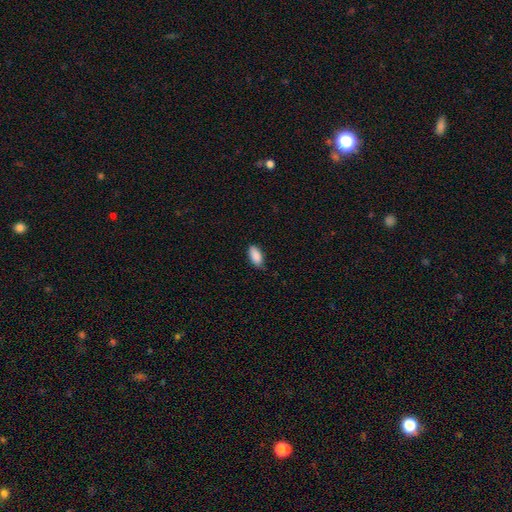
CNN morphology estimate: Q: Smooth or featured?
A: smooth (89%); runner-up: star or artifact (7%)
Q: How rounded?
A: in between (91%); runner-up: cigar-shaped (6%)
Q: Merging?
A: none (79%); runner-up: minor disturbance (18%)